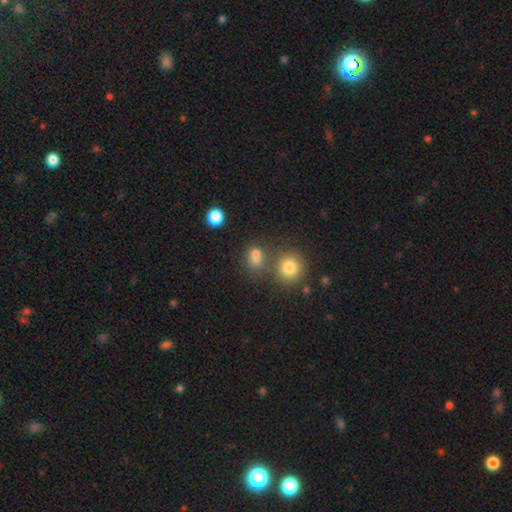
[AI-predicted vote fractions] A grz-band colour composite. It shows a smooth galaxy with no disk features (76%) that is round (53%). Merging: none (53%).